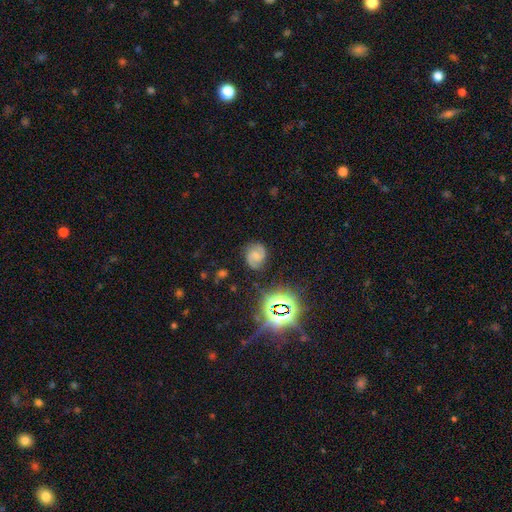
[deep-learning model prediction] Smooth or featured?
  - featured or disk: 64% *
  - smooth: 21%
  - star or artifact: 14%
Edge-on disk?
  - no: 98% *
  - yes: 2%
Bar?
  - no: 50% *
  - weak: 40%
  - strong: 11%
Spiral arms?
  - yes: 94% *
  - no: 6%
Spiral winding?
  - medium: 51% *
  - tight: 31%
  - loose: 18%
Spiral arm count?
  - 2: 89% *
  - can't tell: 6%
  - 1: 2%
  - 3: 1%
  - 4: 1%
  - more than 4: 1%
Bulge size?
  - small: 45% *
  - moderate: 28%
  - none: 23%
  - large: 3%
  - dominant: 1%
Merging?
  - none: 79% *
  - minor disturbance: 14%
  - major disturbance: 5%
  - merger: 2%